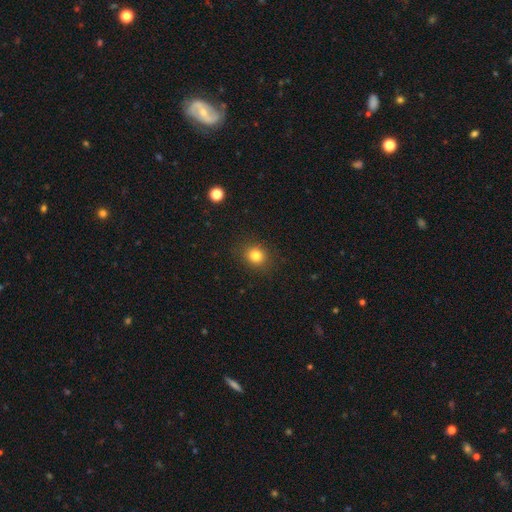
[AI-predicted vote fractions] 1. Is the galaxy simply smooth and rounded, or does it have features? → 82% smooth, 12% star or artifact, 5% featured or disk.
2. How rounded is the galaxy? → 80% round, 19% in between, 1% cigar-shaped.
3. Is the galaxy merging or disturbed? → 88% none, 8% minor disturbance, 3% major disturbance, 1% merger.